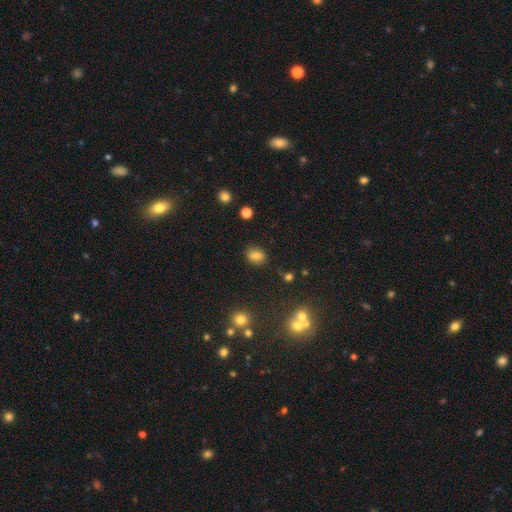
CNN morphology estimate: smooth-or-featured: smooth: 79% | star or artifact: 13% | featured or disk: 8%
  how-rounded: in between: 56% | round: 43% | cigar-shaped: 1%
  merging: none: 83% | minor disturbance: 11% | major disturbance: 3% | merger: 3%